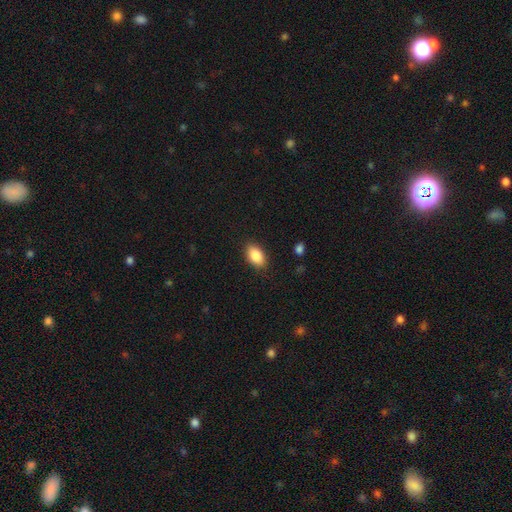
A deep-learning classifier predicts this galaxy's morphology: Smooth or featured?
  - smooth: 88% *
  - star or artifact: 7%
  - featured or disk: 5%
How rounded?
  - in between: 92% *
  - round: 6%
  - cigar-shaped: 2%
Merging?
  - none: 88% *
  - minor disturbance: 9%
  - major disturbance: 2%
  - merger: 1%